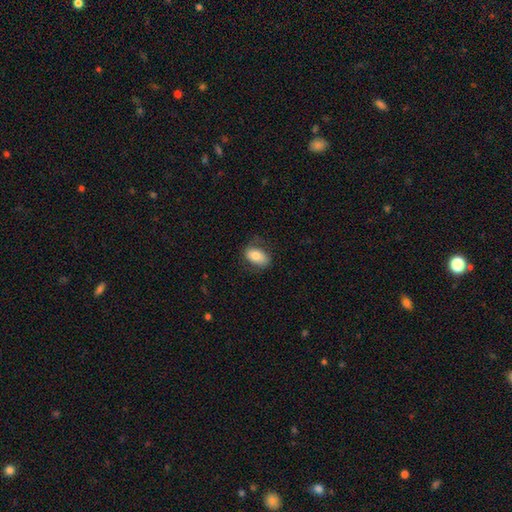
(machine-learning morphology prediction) Overall: smooth (75%). How rounded: in between (89%). Merging: none (66%).